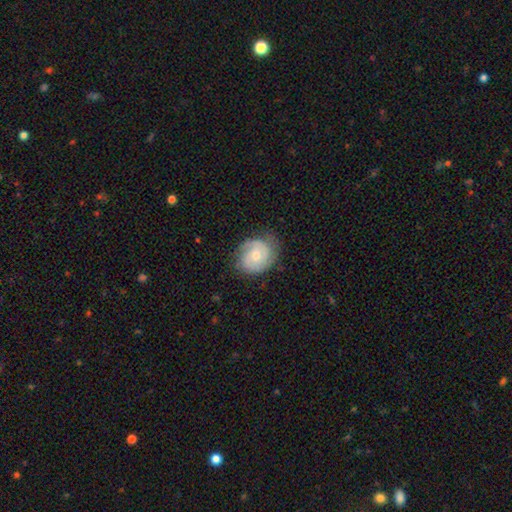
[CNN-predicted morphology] type=featured or disk (74%); edge-on=no (98%); bar=no (68%); spiral arms=yes (93%); winding=tight (55%); arm count=2 (60%); bulge=moderate (52%); merging=none (72%).